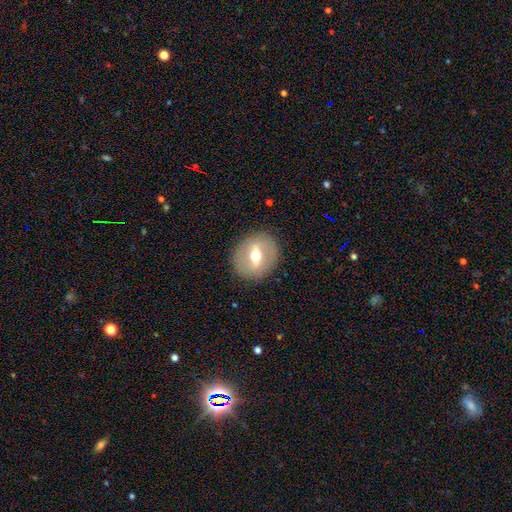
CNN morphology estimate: smooth-or-featured: featured or disk: 58% | smooth: 34% | star or artifact: 8%
  disk-edge-on: no: 82% | yes: 18%
  merging: none: 86% | minor disturbance: 9% | major disturbance: 4% | merger: 1%